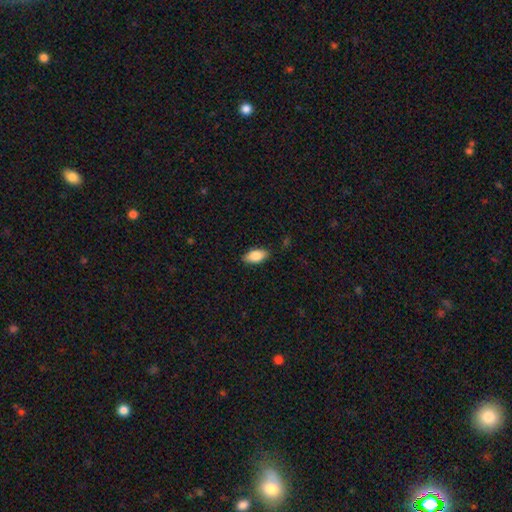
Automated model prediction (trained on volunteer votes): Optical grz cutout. It shows a smooth galaxy with no disk features (83%) that is in between round and cigar-shaped (91%). Merging: none (86%).